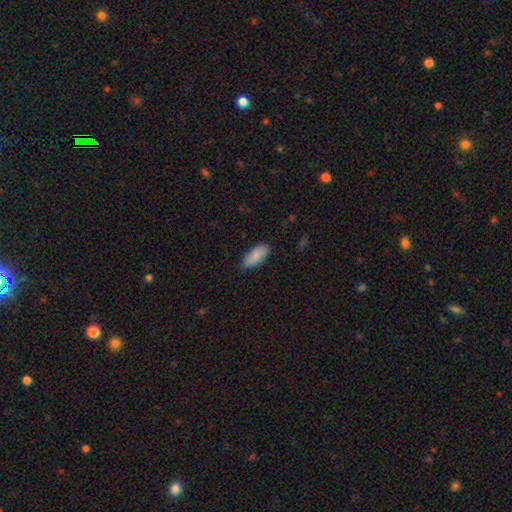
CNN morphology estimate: This is clearly a smooth galaxy (88%). How rounded: clearly in between (89%). Merging: clearly none (84%).